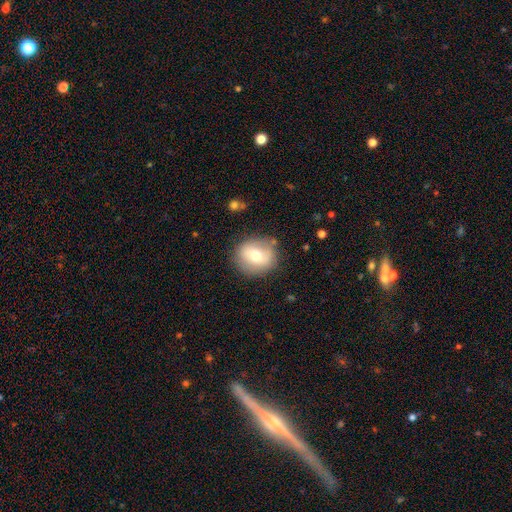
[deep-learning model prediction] This is likely a smooth galaxy (65%). How rounded: clearly round (81%). Merging: clearly none (81%).